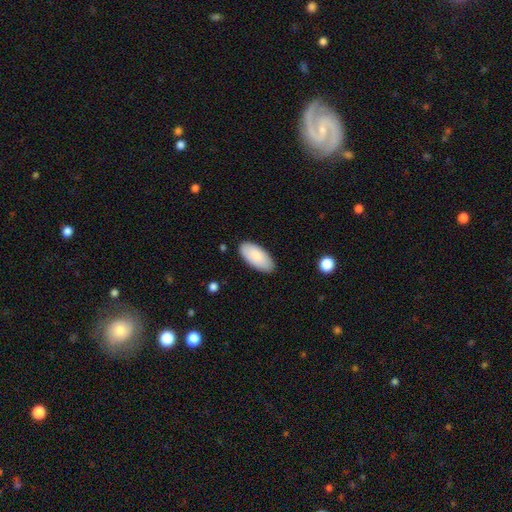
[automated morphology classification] Overall: smooth (87%). How rounded: in between (93%). Merging: none (86%).